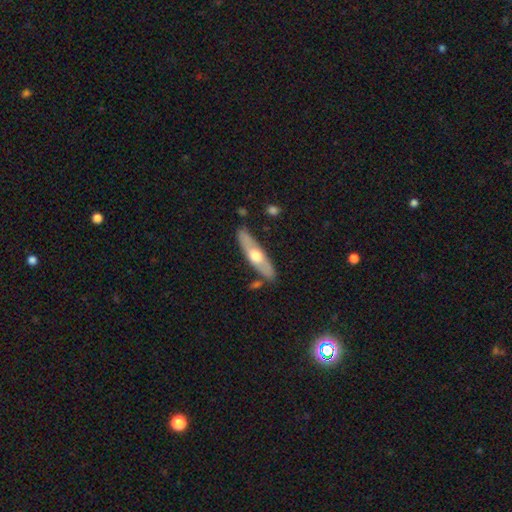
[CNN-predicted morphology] This appears to be a featured or disk galaxy (51%) viewed edge-on (74%). Merging: none (82%).